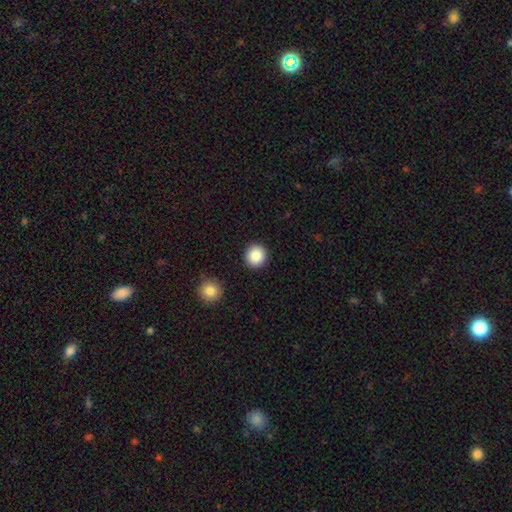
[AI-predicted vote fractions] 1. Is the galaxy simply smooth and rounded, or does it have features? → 87% smooth, 8% star or artifact, 5% featured or disk.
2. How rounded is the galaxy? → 93% round, 6% in between, 1% cigar-shaped.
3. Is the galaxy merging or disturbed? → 91% none, 5% minor disturbance, 2% major disturbance, 2% merger.